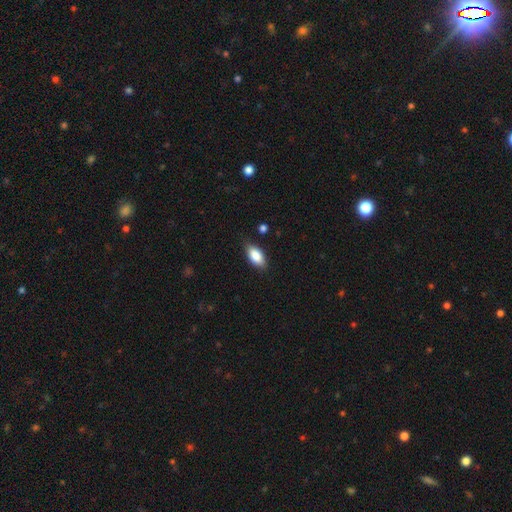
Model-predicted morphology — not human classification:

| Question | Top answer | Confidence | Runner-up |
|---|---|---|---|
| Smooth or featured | smooth | 85% | featured or disk (8%) |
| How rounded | in between | 90% | cigar-shaped (7%) |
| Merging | none | 83% | minor disturbance (13%) |